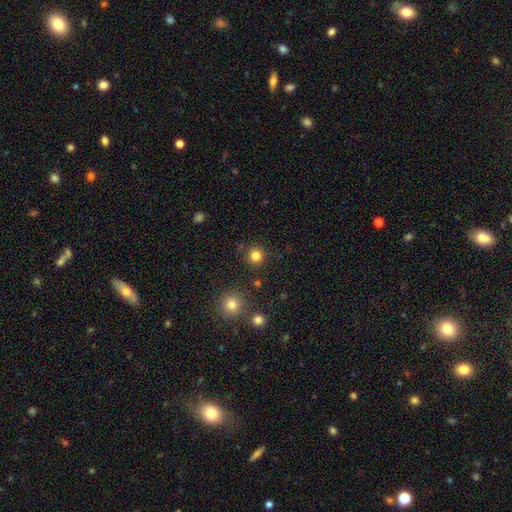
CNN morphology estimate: Smooth or featured?
  - smooth: 82% *
  - star or artifact: 13%
  - featured or disk: 5%
How rounded?
  - round: 94% *
  - in between: 5%
  - cigar-shaped: 1%
Merging?
  - none: 88% *
  - minor disturbance: 6%
  - merger: 3%
  - major disturbance: 3%